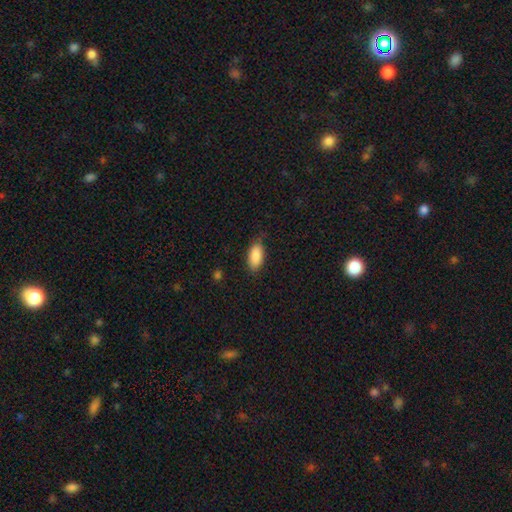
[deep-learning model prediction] Morphology: type=smooth (89%); roundness=in between (91%); merging=none (80%).